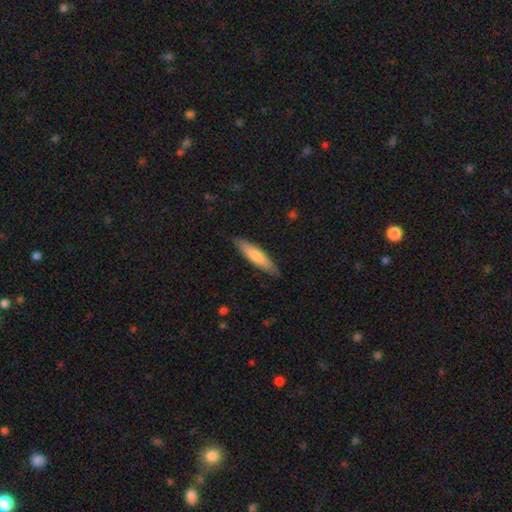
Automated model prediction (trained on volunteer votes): Smooth or featured: smooth — 67% (featured or disk — 28%)
How rounded: cigar-shaped — 82% (in between — 16%)
Merging: none — 88% (minor disturbance — 10%)